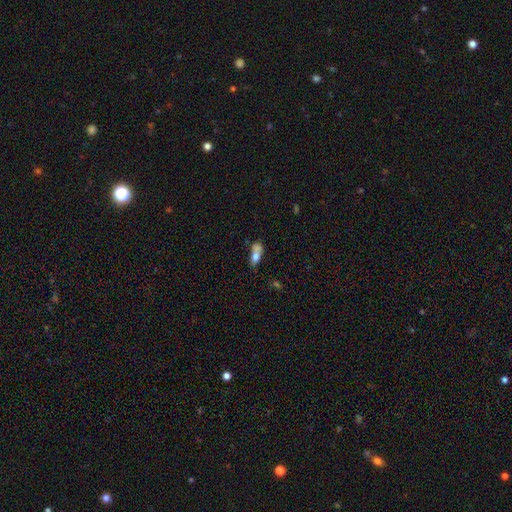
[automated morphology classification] This appears to be a smooth galaxy with no disk features (69%) that is in between round and cigar-shaped (73%). Merging: merger (36%).